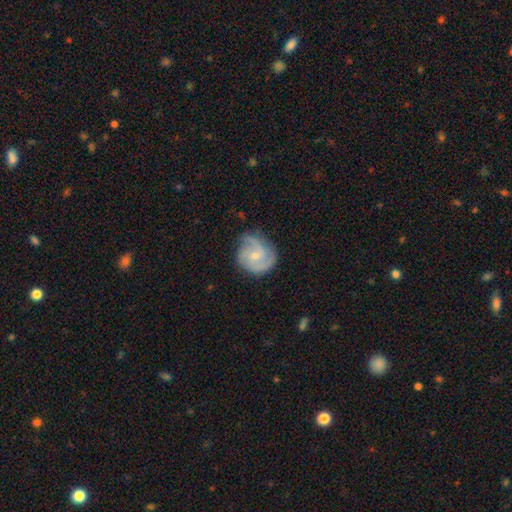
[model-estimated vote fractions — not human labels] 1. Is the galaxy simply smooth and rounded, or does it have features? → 76% featured or disk, 18% smooth, 6% star or artifact.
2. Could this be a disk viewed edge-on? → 98% no, 2% yes.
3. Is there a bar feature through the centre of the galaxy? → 61% no, 34% weak, 5% strong.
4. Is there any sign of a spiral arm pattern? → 95% yes, 5% no.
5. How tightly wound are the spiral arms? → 47% medium, 36% tight, 16% loose.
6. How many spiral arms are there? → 40% 3, 33% 2, 13% can't tell, 5% 4, 5% 1, 3% more than 4.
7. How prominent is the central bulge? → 59% small, 36% moderate, 3% none, 1% large, 1% dominant.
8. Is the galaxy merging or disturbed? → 65% none, 25% minor disturbance, 8% major disturbance, 2% merger.